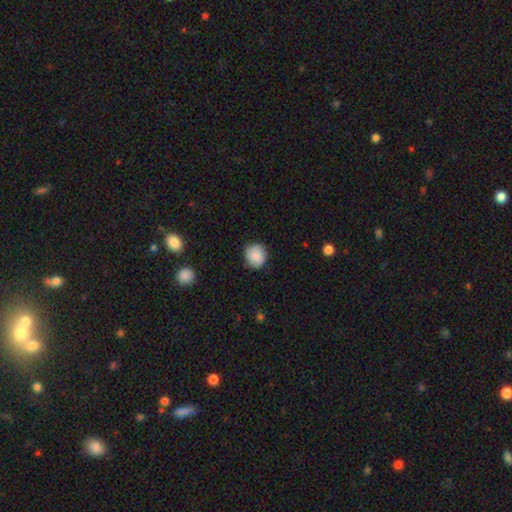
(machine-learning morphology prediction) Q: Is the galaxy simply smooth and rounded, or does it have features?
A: smooth — 85%.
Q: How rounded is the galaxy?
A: round — 85%.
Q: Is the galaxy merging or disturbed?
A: none — 83%.